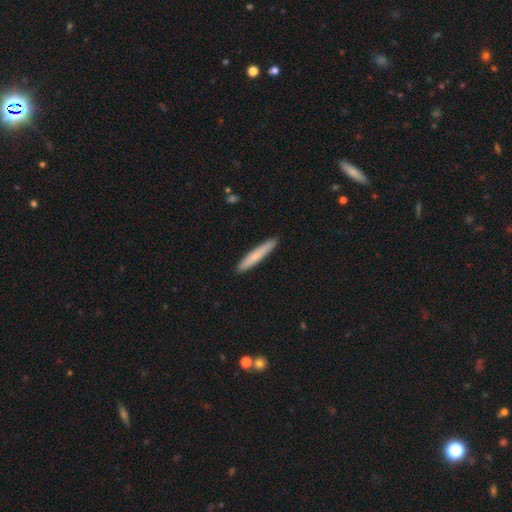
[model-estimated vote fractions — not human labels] This appears to be a smooth galaxy with no disk features (73%) that is cigar-shaped (95%). Merging: none (92%).